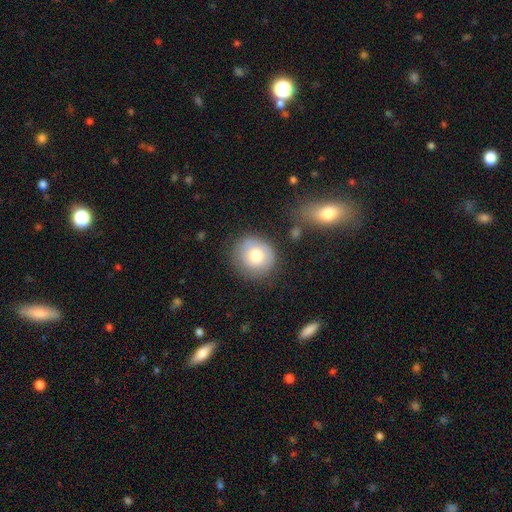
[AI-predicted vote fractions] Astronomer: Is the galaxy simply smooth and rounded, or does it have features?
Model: smooth — 74%.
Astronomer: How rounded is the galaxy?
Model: round — 87%.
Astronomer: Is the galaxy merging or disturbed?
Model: none — 76%.